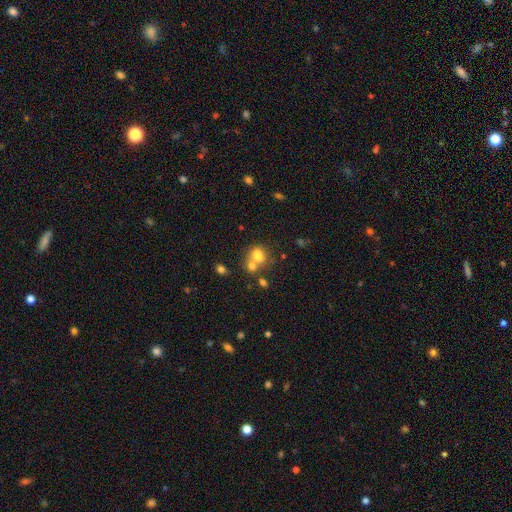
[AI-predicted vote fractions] Smooth or featured?
  - smooth: 63% *
  - star or artifact: 22%
  - featured or disk: 15%
How rounded?
  - round: 66% *
  - in between: 33%
  - cigar-shaped: 1%
Merging?
  - none: 45% *
  - merger: 42%
  - minor disturbance: 8%
  - major disturbance: 5%